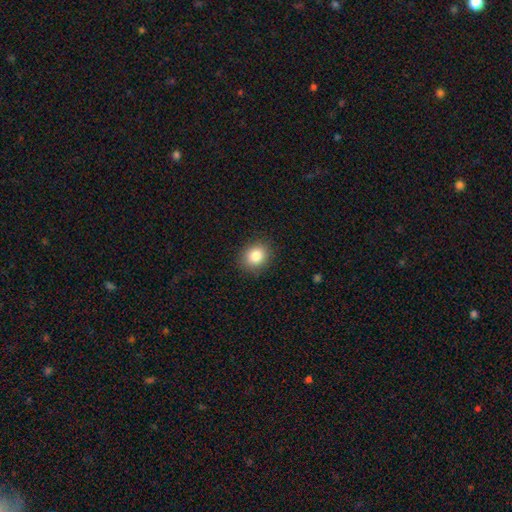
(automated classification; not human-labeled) smooth-or-featured: smooth: 85% | star or artifact: 10% | featured or disk: 6%
  how-rounded: round: 66% | in between: 33% | cigar-shaped: 1%
  merging: none: 88% | minor disturbance: 8% | major disturbance: 2% | merger: 1%